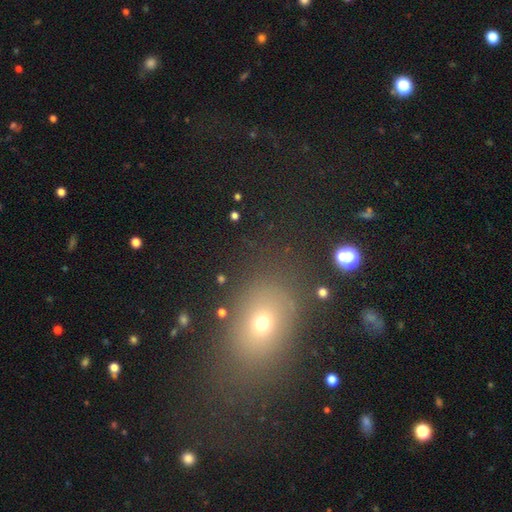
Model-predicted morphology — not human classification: Smooth or featured? smooth (59%)
How rounded? in between (61%)
Merging? none (75%)